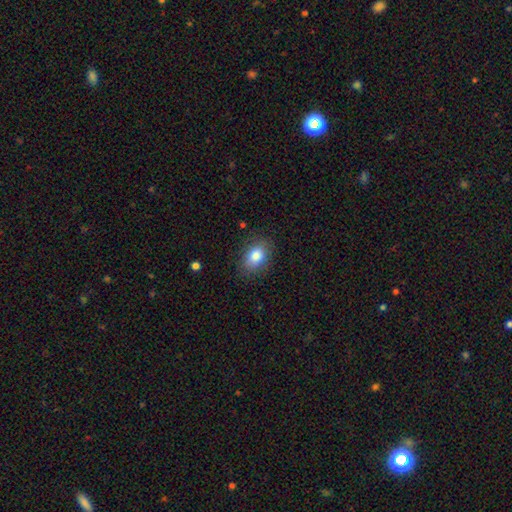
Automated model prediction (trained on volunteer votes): smooth 84%, featured or disk 9%, star or artifact 8%. Down the decision tree: how rounded — in between (80%); merging — none (82%).